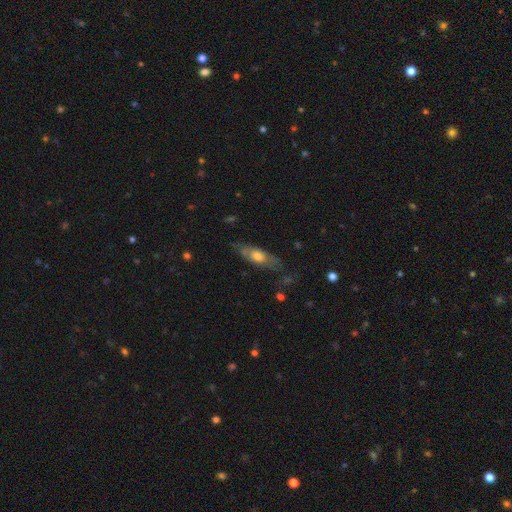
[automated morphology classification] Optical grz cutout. It shows a featured or disk galaxy (53%). Merging: none (67%).